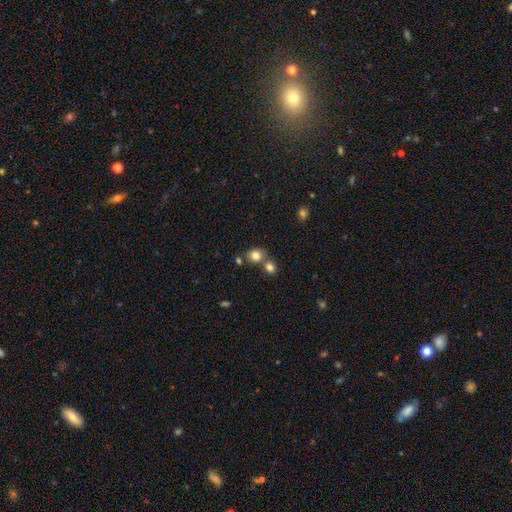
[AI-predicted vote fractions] Smooth or featured? Predicted: smooth (p=0.81). How rounded? Predicted: round (p=0.77). Merging? Predicted: none (p=0.58).